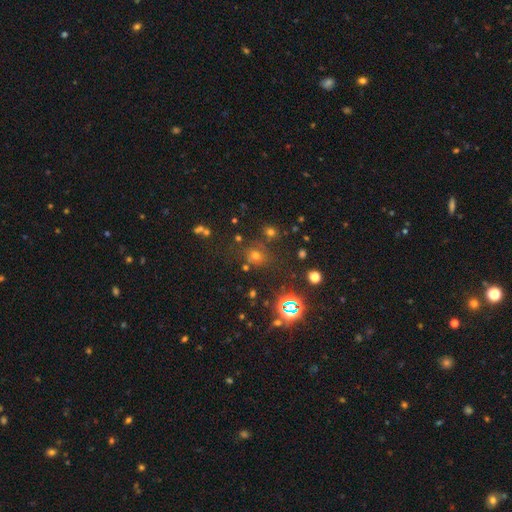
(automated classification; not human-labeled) Smooth or featured? smooth (48%)
Merging? none (75%)